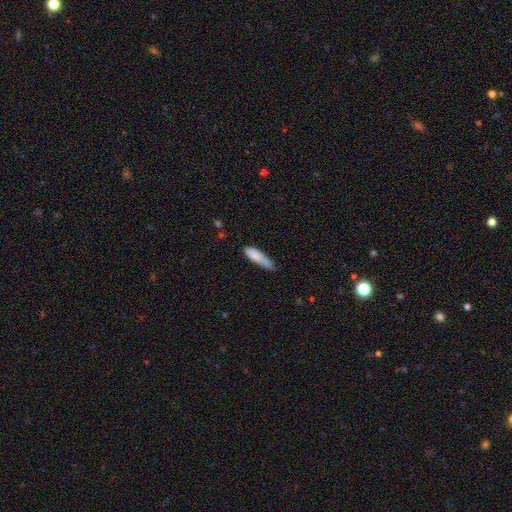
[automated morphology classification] smooth-or-featured: smooth: 83% | featured or disk: 11% | star or artifact: 6%
  how-rounded: cigar-shaped: 58% | in between: 40% | round: 2%
  merging: none: 47% | minor disturbance: 40% | major disturbance: 10% | merger: 4%